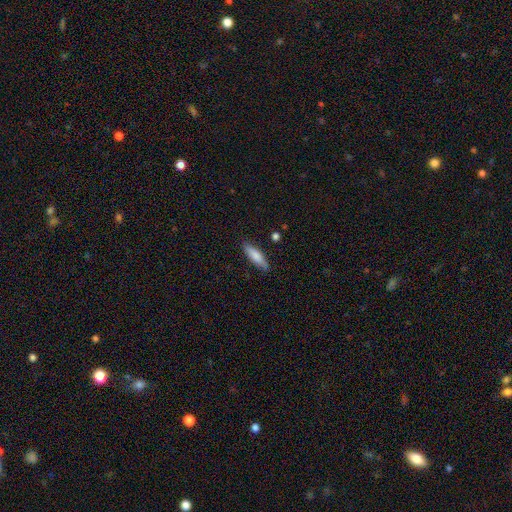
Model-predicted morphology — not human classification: Overall: smooth (75%). How rounded: cigar-shaped (61%; in between 37%). Merging: none (83%).